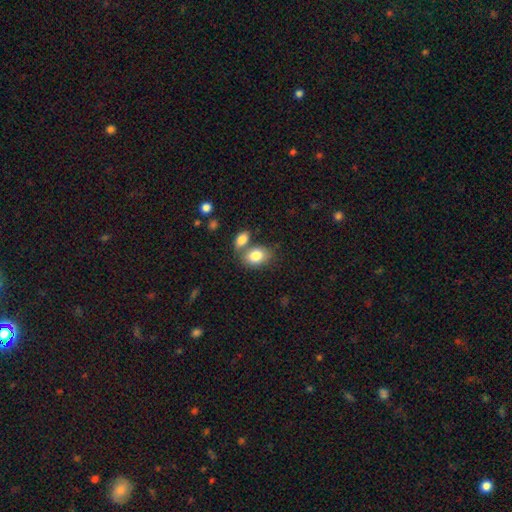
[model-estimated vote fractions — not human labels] Smooth or featured: smooth — 83% (featured or disk — 10%)
How rounded: in between — 79% (round — 20%)
Merging: none — 49% (merger — 35%)